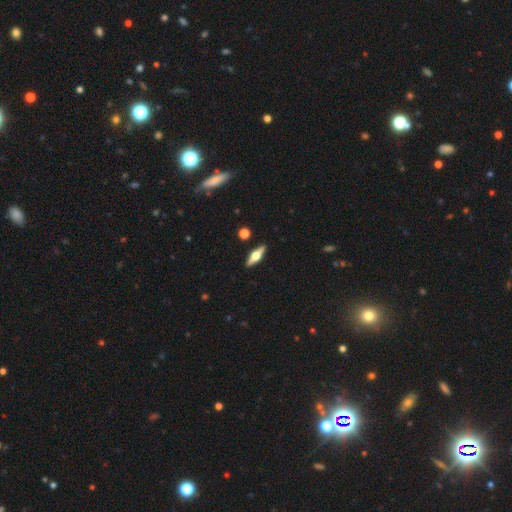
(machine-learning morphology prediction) Q: Smooth or featured?
A: featured or disk (64%); runner-up: smooth (30%)
Q: Edge-on disk?
A: yes (95%); runner-up: no (5%)
Q: Edge-on bulge?
A: rounded (95%); runner-up: boxy (4%)
Q: Merging?
A: none (90%); runner-up: minor disturbance (7%)